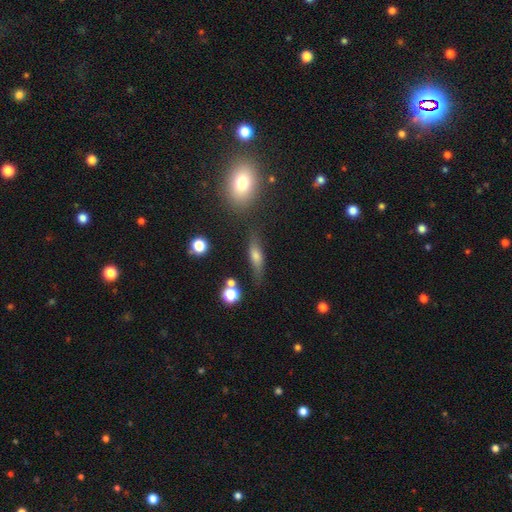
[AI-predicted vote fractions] A smooth galaxy with no disk features (51%) that is cigar-shaped (51%).

Vote fractions:
- Smooth or featured? smooth: 51% / featured or disk: 36% / star or artifact: 13%
- How rounded? cigar-shaped: 51% / in between: 41% / round: 8%
- Merging? none: 72% / minor disturbance: 16% / merger: 6% / major disturbance: 6%